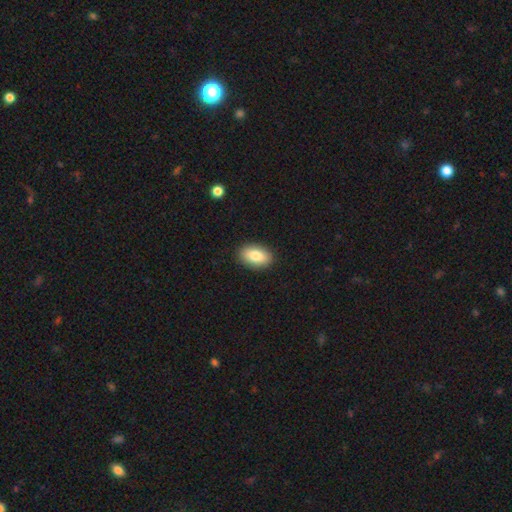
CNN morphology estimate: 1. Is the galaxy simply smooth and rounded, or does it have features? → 82% smooth, 11% featured or disk, 7% star or artifact.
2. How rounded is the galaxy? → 90% in between, 8% round, 2% cigar-shaped.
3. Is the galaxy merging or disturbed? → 90% none, 7% minor disturbance, 2% major disturbance, 1% merger.